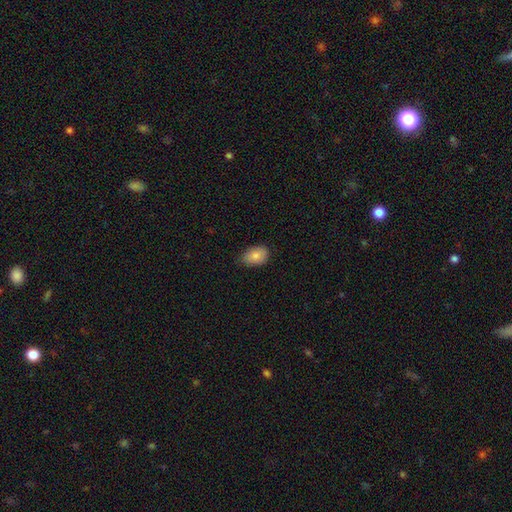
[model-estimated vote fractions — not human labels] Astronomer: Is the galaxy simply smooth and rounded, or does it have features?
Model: smooth — 84%.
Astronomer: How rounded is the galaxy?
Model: in between — 85%.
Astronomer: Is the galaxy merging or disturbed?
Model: none — 76%.